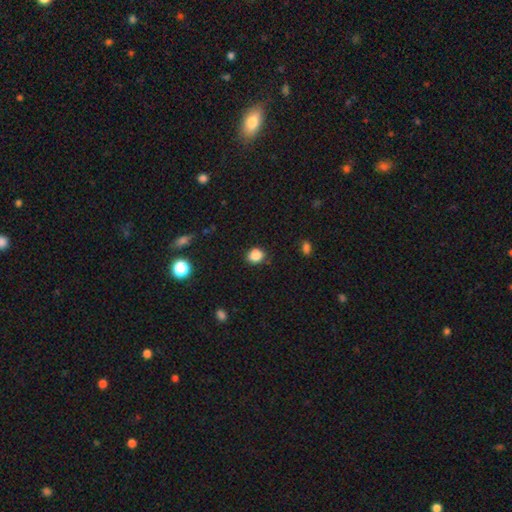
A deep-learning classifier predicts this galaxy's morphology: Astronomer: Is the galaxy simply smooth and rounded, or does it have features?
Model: smooth — 85%.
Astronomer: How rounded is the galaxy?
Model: round — 64%.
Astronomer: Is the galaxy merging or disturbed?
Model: none — 80%.